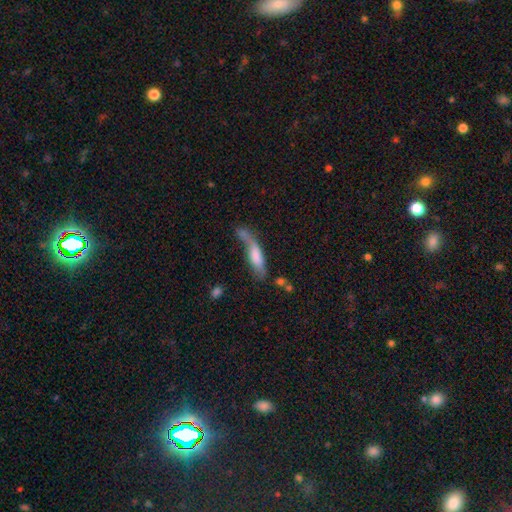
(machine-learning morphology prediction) Overall: smooth (64%; featured or disk 29%). How rounded: cigar-shaped (57%; in between 40%). Merging: none (28%, tied with major disturbance).